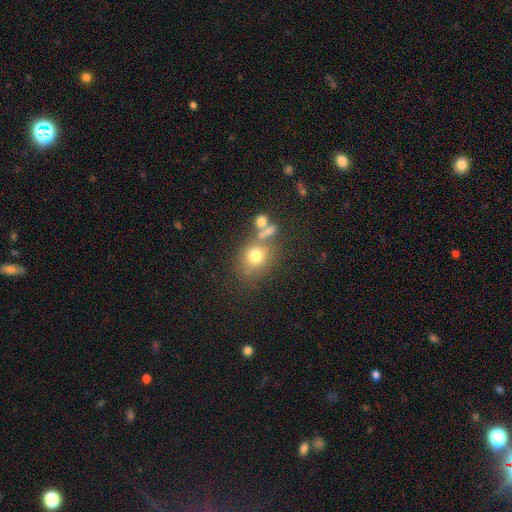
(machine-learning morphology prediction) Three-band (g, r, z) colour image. It shows a smooth galaxy with no disk features (72%) that is round (71%). Merging: none (53%).